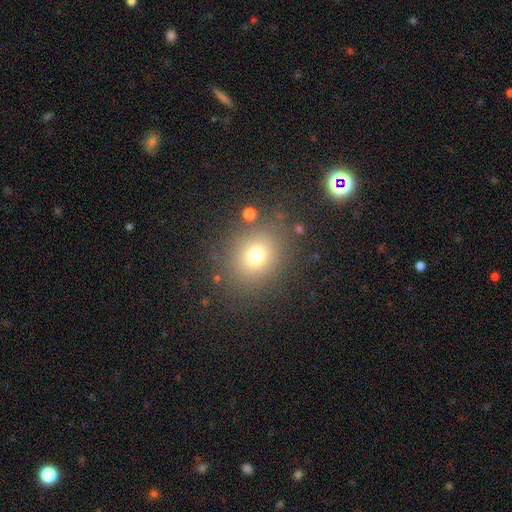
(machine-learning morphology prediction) Smooth or featured? smooth (72%)
How rounded? round (71%)
Merging? none (82%)